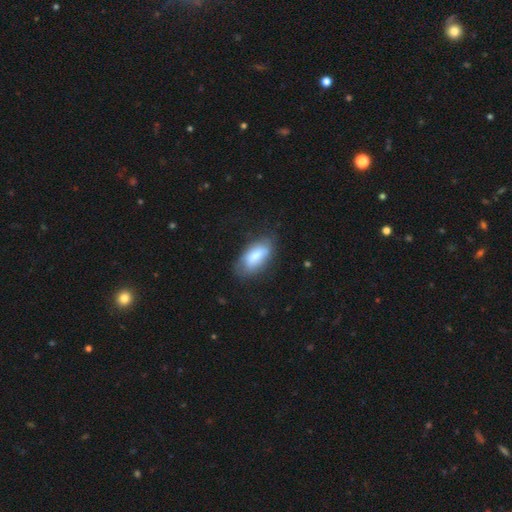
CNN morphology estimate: Smooth or featured?
  - smooth: 72% *
  - featured or disk: 21%
  - star or artifact: 7%
How rounded?
  - in between: 90% *
  - cigar-shaped: 8%
  - round: 3%
Merging?
  - none: 67% *
  - minor disturbance: 24%
  - major disturbance: 8%
  - merger: 2%